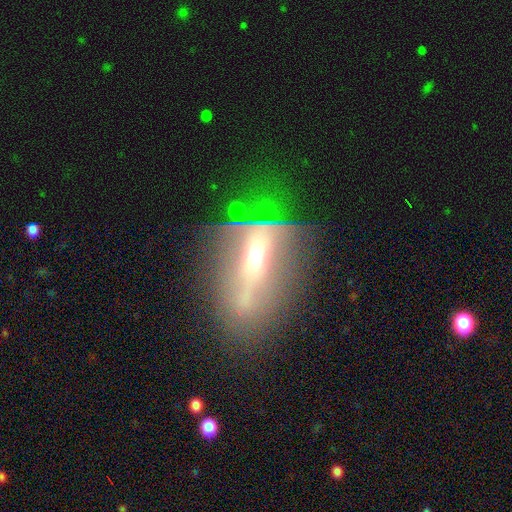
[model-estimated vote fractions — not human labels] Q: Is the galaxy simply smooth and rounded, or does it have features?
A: featured or disk — 65%.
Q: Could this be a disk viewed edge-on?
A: no — 57%.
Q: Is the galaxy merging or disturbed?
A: none — 40%.